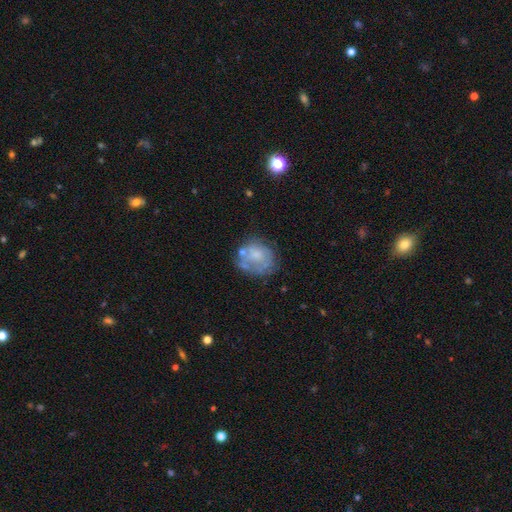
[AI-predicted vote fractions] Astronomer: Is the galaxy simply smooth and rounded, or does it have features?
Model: smooth — 47% (runner-up: featured or disk, 43%).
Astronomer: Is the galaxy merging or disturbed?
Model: none — 50% (runner-up: minor disturbance, 25%).